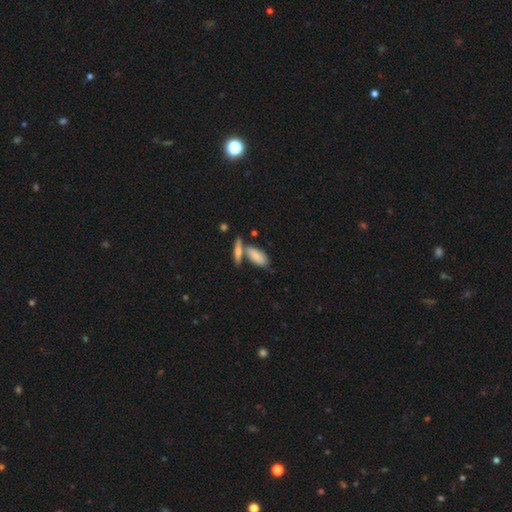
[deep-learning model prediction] A smooth galaxy with no disk features (76%) that is in between round and cigar-shaped (84%).

Vote fractions:
- Smooth or featured? smooth: 76% / featured or disk: 17% / star or artifact: 7%
- How rounded? in between: 84% / cigar-shaped: 13% / round: 3%
- Merging? none: 46% / merger: 35% / minor disturbance: 14% / major disturbance: 4%